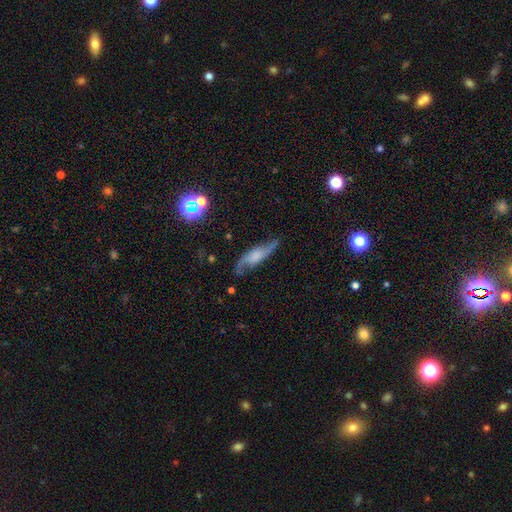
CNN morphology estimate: type=featured or disk (73%); edge-on=no (77%); bar=no (59%); spiral arms=yes (93%); winding=loose (74%); arm count=2 (90%); bulge=none (33%); merging=none (69%).